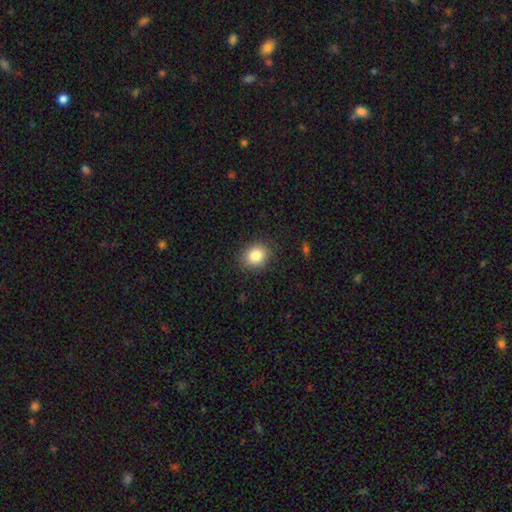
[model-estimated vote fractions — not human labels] Smooth or featured? Predicted: smooth (p=0.84). How rounded? Predicted: round (p=0.64). Merging? Predicted: none (p=0.87).